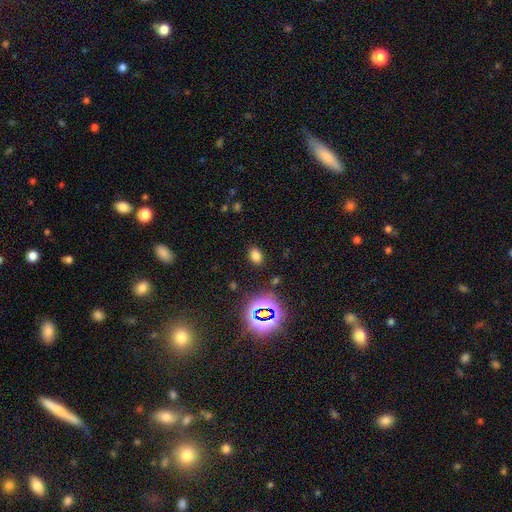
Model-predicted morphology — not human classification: smooth 69%, star or artifact 24%, featured or disk 6%. Down the decision tree: how rounded — in between (77%); merging — none (85%).